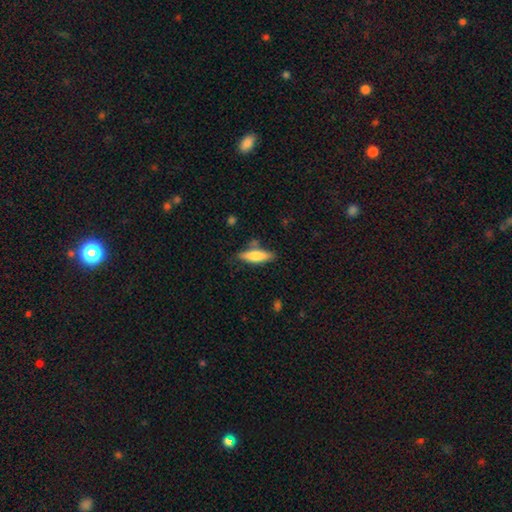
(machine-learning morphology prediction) Smooth or featured: smooth — 73% (featured or disk — 21%)
How rounded: cigar-shaped — 58% (in between — 40%)
Merging: none — 74% (minor disturbance — 16%)